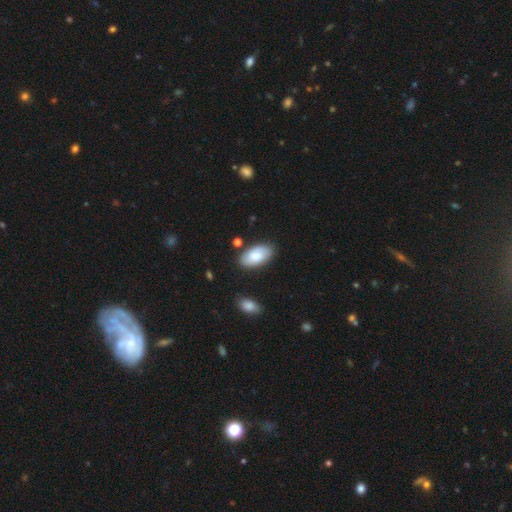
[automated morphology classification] Smooth or featured? smooth (77%)
How rounded? in between (95%)
Merging? none (81%)